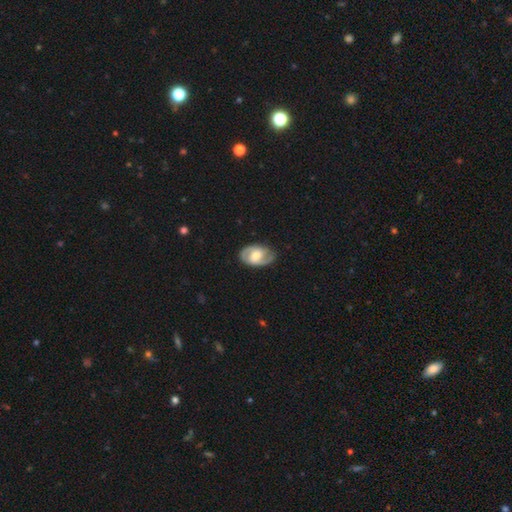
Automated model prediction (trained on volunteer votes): Smooth or featured? featured or disk (75%)
Edge-on disk? no (96%)
Bar? weak (44%)
Spiral arms? yes (89%)
Spiral winding? medium (47%)
Spiral arm count? 2 (87%)
Bulge size? moderate (65%)
Merging? none (82%)